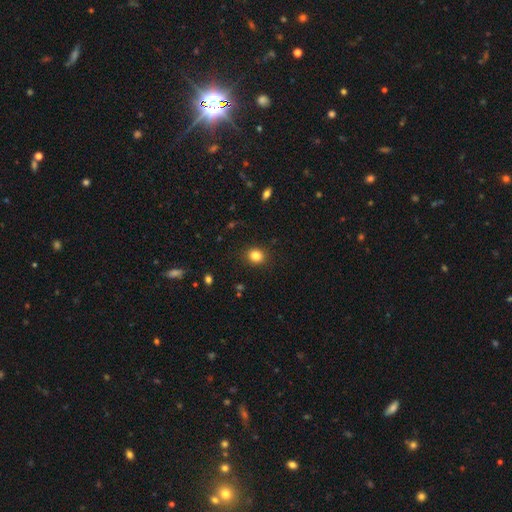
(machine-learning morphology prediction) Q: Smooth or featured?
A: smooth (83%); runner-up: star or artifact (11%)
Q: How rounded?
A: round (76%); runner-up: in between (23%)
Q: Merging?
A: none (89%); runner-up: minor disturbance (7%)